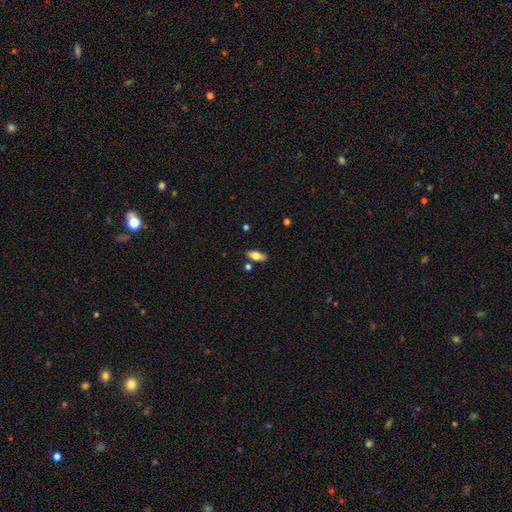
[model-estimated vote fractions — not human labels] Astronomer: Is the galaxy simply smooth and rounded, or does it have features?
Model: smooth — 72%.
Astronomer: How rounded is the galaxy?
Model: in between — 82%.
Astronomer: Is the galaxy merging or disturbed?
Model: none — 79%.